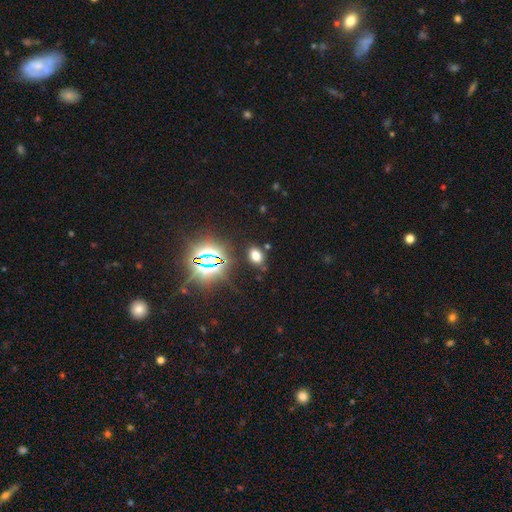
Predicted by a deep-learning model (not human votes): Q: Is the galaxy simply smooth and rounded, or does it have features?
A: smooth — 64%.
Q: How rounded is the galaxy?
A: in between — 80%.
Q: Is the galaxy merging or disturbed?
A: none — 82%.